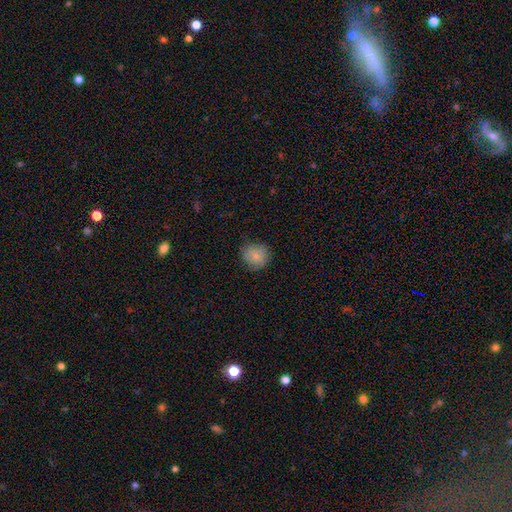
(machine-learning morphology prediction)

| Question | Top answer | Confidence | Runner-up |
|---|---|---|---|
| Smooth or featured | smooth | 80% | featured or disk (12%) |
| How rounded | round | 88% | in between (11%) |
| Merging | none | 78% | minor disturbance (17%) |